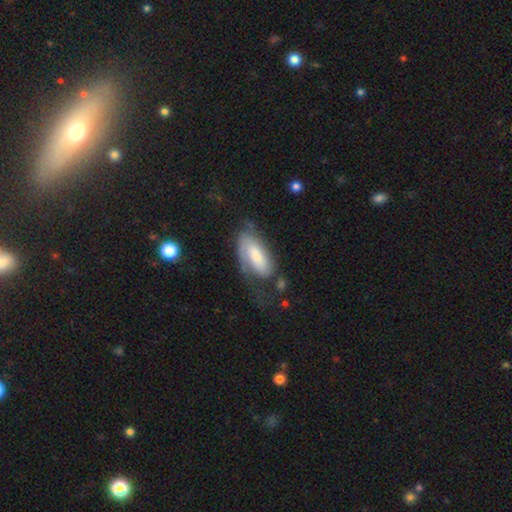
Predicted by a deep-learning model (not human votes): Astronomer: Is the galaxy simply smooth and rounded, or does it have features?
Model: featured or disk — 49% (runner-up: smooth, 45%).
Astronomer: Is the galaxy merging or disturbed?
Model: none — 42% (runner-up: major disturbance, 29%).